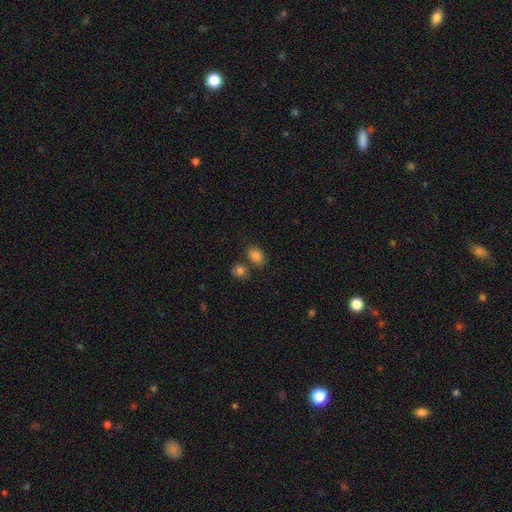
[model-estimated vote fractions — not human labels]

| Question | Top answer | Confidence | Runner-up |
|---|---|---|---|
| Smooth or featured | smooth | 84% | star or artifact (10%) |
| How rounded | in between | 76% | round (22%) |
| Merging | none | 64% | merger (17%) |